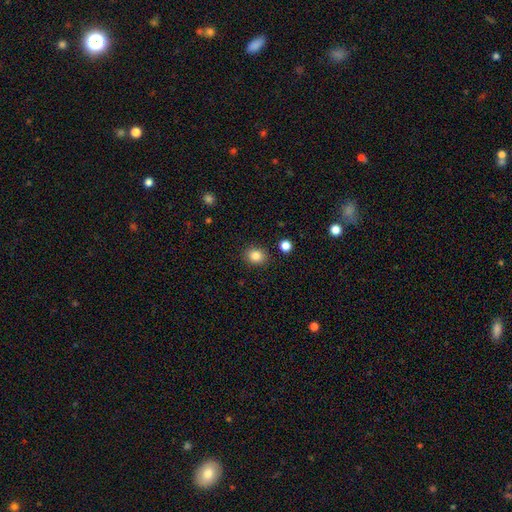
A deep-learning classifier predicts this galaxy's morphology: Smooth or featured? smooth (85%)
How rounded? round (65%)
Merging? none (89%)